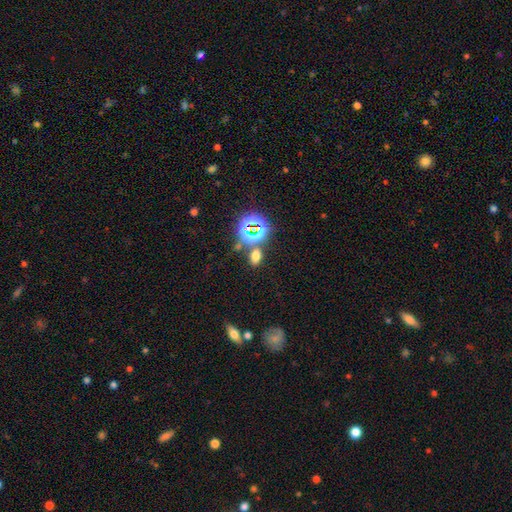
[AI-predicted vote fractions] The model was most divided on "smooth or featured": smooth: 61%, star or artifact: 31%, featured or disk: 8%. More confident: how rounded — in between (79%); merging — none (76%).